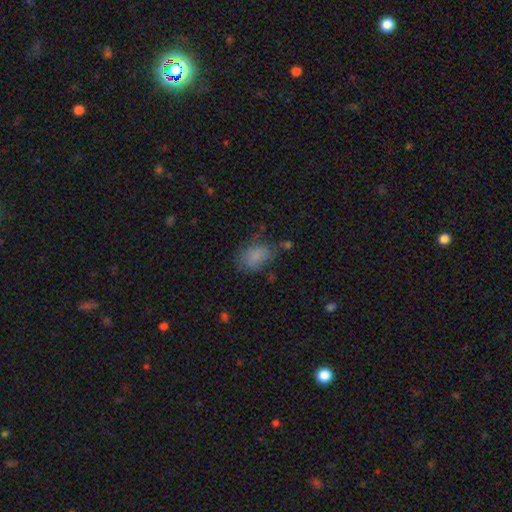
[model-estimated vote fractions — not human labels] Morphology: type=smooth (81%); roundness=in between (84%); merging=none (57%).